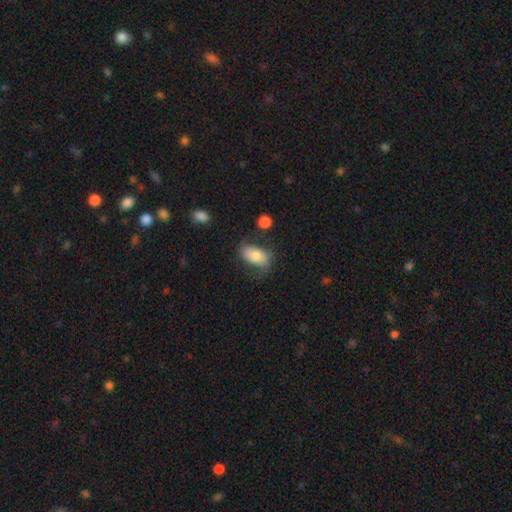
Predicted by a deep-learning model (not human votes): This appears to be a smooth galaxy with no disk features (64%) that is in between round and cigar-shaped (91%). Merging: none (55%).